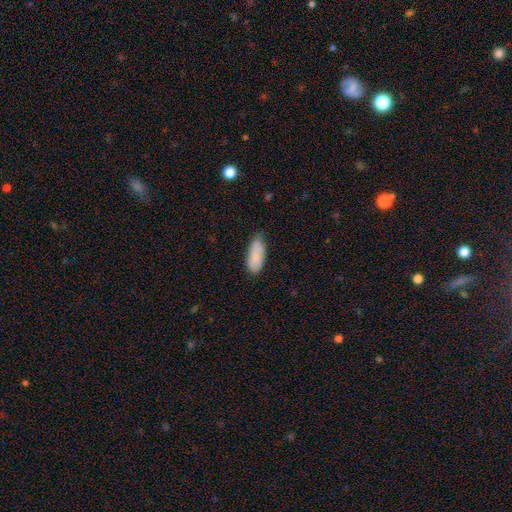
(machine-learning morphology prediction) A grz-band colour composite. It shows a smooth galaxy with no disk features (84%) that is in between round and cigar-shaped (84%). Merging: none (59%).